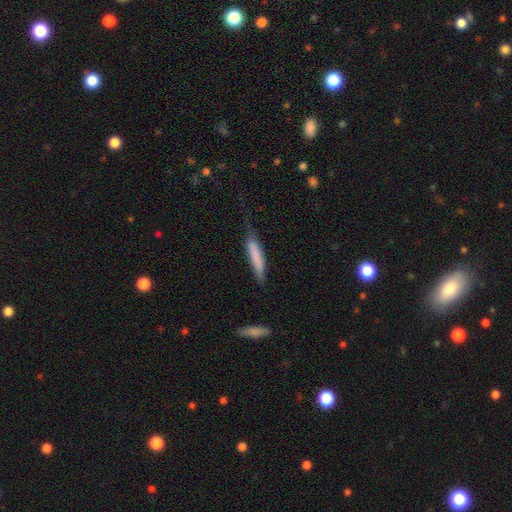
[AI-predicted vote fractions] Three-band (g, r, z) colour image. It shows a smooth galaxy with no disk features (75%) that is cigar-shaped (87%). Merging: none (49%).